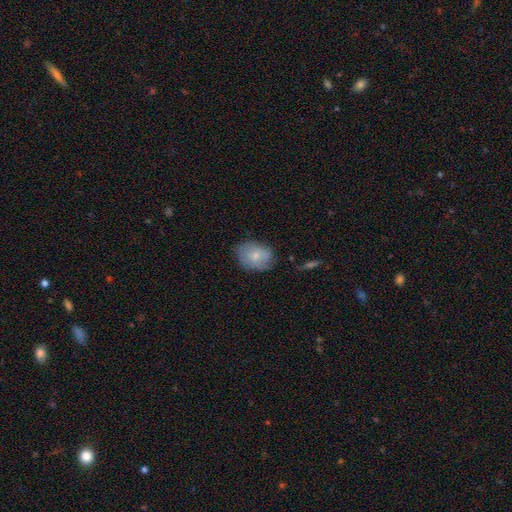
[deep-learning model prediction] Smooth or featured? Predicted: smooth (p=0.70). How rounded? Predicted: in between (p=0.67). Merging? Predicted: none (p=0.69).